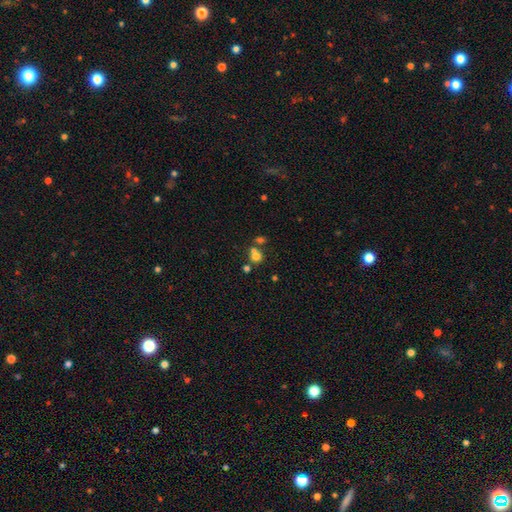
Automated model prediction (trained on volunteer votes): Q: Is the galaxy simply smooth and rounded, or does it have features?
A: smooth — 69%.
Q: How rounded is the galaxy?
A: round — 82%.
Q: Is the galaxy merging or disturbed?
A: none — 48%.